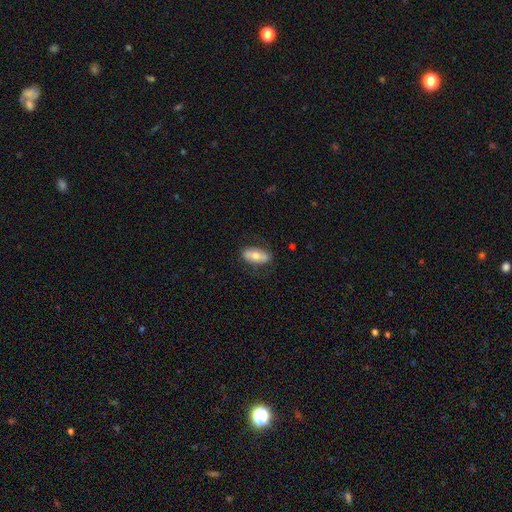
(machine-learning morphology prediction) smooth-or-featured: smooth: 65% | featured or disk: 29% | star or artifact: 6%
  how-rounded: in between: 85% | cigar-shaped: 12% | round: 3%
  merging: none: 78% | minor disturbance: 16% | major disturbance: 5% | merger: 1%